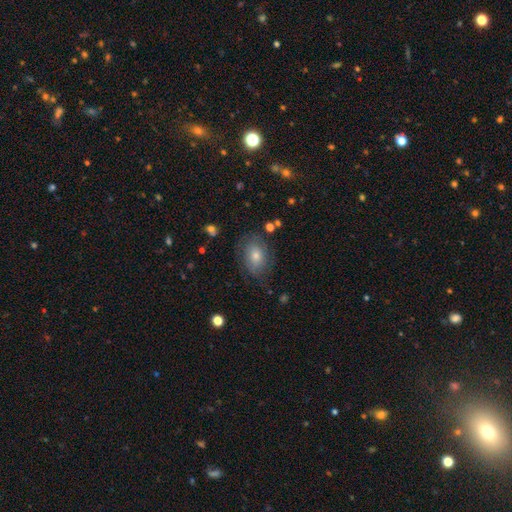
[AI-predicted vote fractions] smooth-or-featured: smooth: 54% | featured or disk: 30% | star or artifact: 16%
  how-rounded: in between: 68% | round: 30% | cigar-shaped: 1%
  merging: none: 73% | minor disturbance: 18% | major disturbance: 7% | merger: 2%